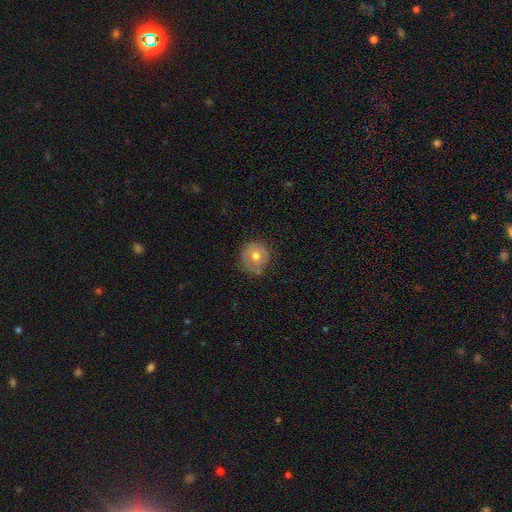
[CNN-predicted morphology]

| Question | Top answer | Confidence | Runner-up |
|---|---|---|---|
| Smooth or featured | smooth | 57% | featured or disk (35%) |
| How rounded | round | 91% | in between (8%) |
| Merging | none | 74% | minor disturbance (19%) |